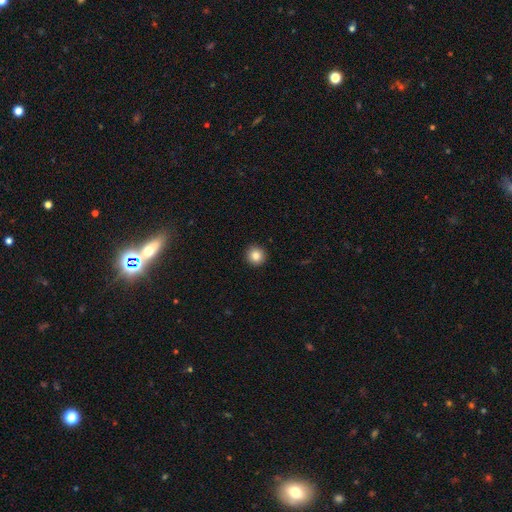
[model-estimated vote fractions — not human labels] A smooth galaxy with no disk features (85%) that is round (95%).

Vote fractions:
- Smooth or featured? smooth: 85% / star or artifact: 10% / featured or disk: 5%
- How rounded? round: 95% / in between: 4% / cigar-shaped: 1%
- Merging? none: 93% / minor disturbance: 4% / major disturbance: 2% / merger: 1%